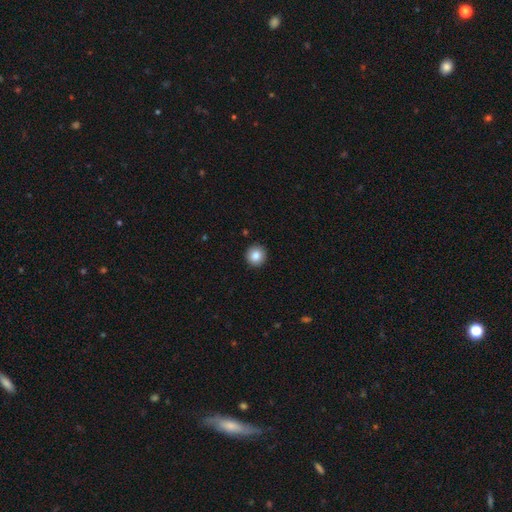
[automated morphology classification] type=smooth (85%); roundness=round (94%); merging=none (93%).